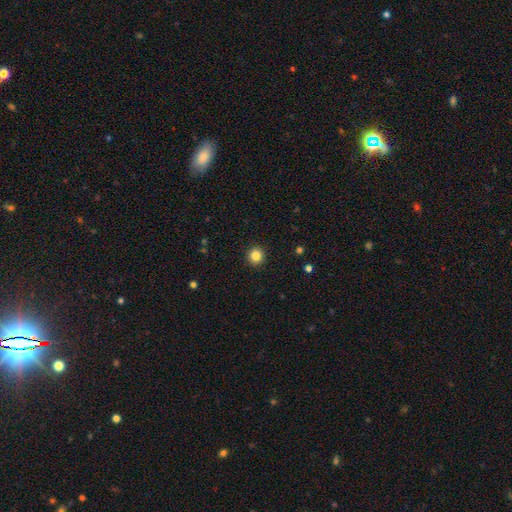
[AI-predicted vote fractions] smooth_or_featured: smooth (p=0.84) [alt: star or artifact p=0.11]
how_rounded: round (p=0.94) [alt: in between p=0.05]
merging: none (p=0.93) [alt: minor disturbance p=0.04]